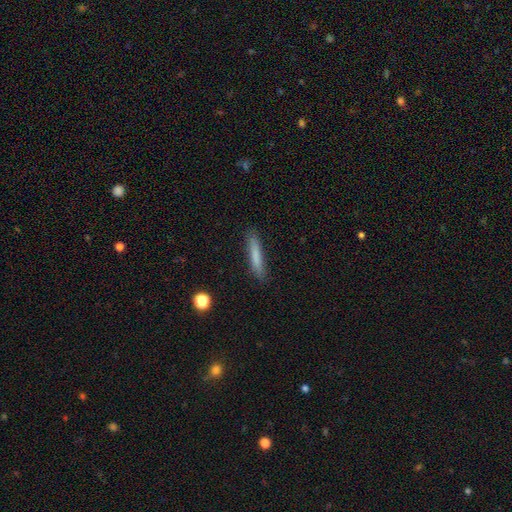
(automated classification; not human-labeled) Smooth or featured?
  - smooth: 78% *
  - featured or disk: 15%
  - star or artifact: 7%
How rounded?
  - cigar-shaped: 92% *
  - in between: 7%
  - round: 1%
Merging?
  - none: 87% *
  - minor disturbance: 10%
  - major disturbance: 2%
  - merger: 1%